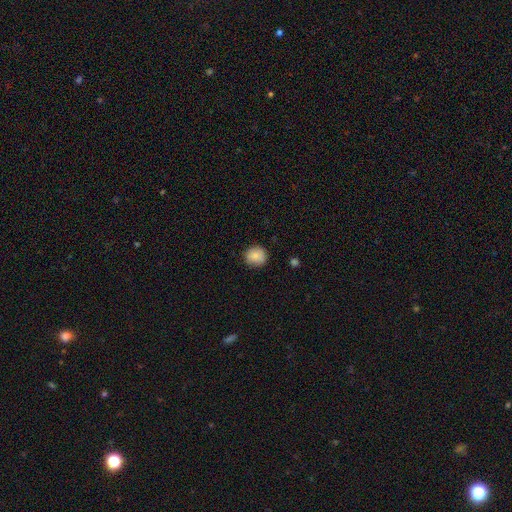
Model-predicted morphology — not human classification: A smooth galaxy with no disk features (85%) that is round (88%). Merging: none (85%).